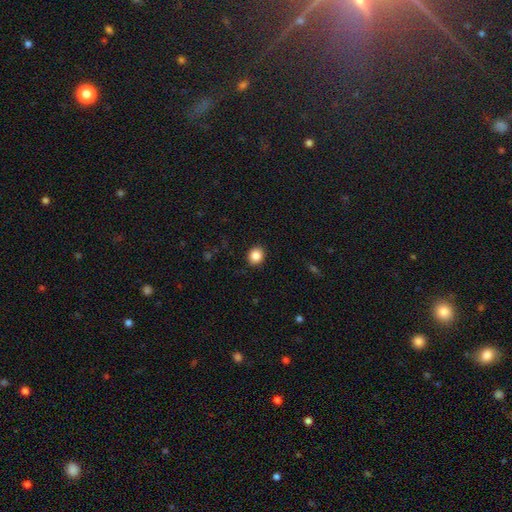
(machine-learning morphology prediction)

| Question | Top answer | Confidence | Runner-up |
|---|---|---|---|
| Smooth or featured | smooth | 86% | star or artifact (10%) |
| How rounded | round | 74% | in between (25%) |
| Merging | none | 89% | minor disturbance (8%) |